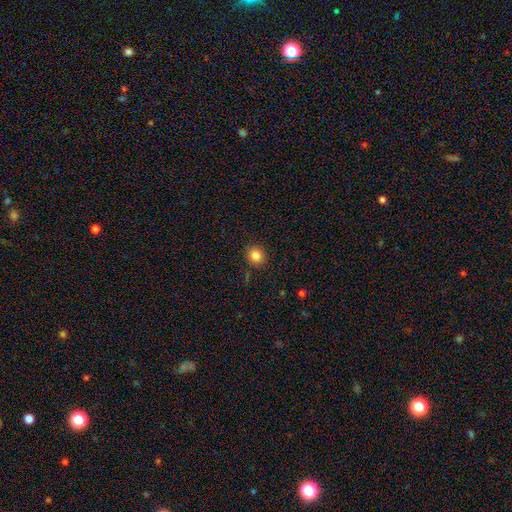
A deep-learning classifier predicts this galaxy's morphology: This appears to be a smooth galaxy with no disk features (84%) that is round (75%). Merging: none (89%).